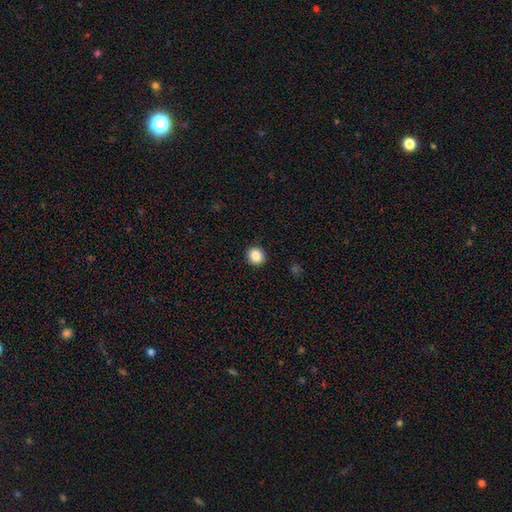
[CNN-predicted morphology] Q: Smooth or featured?
A: smooth (86%); runner-up: star or artifact (10%)
Q: How rounded?
A: round (88%); runner-up: in between (11%)
Q: Merging?
A: none (92%); runner-up: minor disturbance (5%)